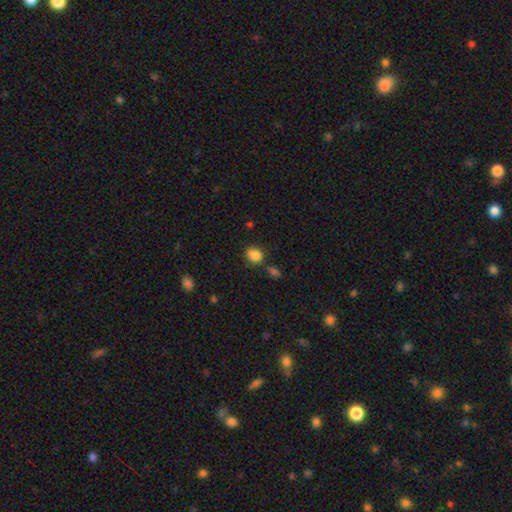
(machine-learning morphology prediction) This is clearly a smooth galaxy (81%). How rounded: possibly round (55%). Merging: possibly none (55%).